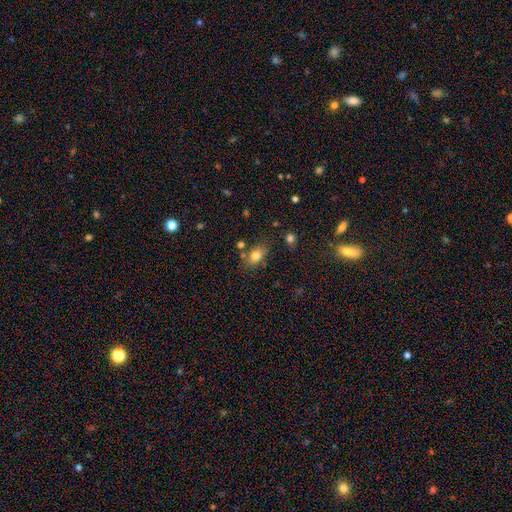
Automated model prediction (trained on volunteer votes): This is likely a smooth galaxy (78%). How rounded: clearly in between (81%). Merging: likely none (71%).